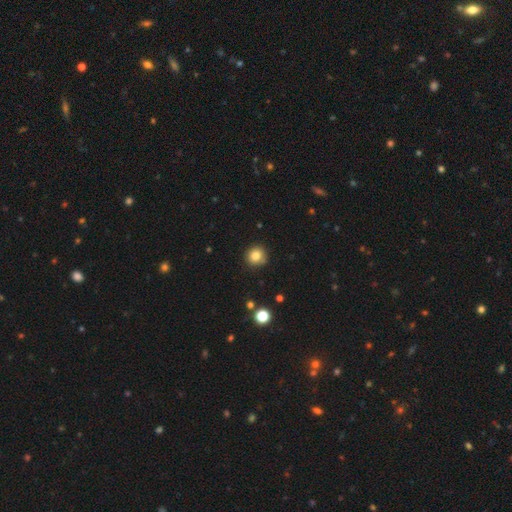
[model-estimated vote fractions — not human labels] Overall: smooth (82%). How rounded: round (92%). Merging: none (86%).